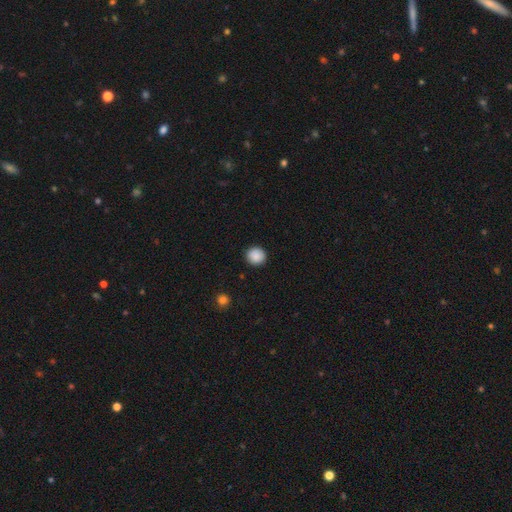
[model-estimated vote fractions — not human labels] A smooth galaxy with no disk features (89%) that is round (92%).

Vote fractions:
- Smooth or featured? smooth: 89% / star or artifact: 9% / featured or disk: 3%
- How rounded? round: 92% / in between: 7% / cigar-shaped: 1%
- Merging? none: 92% / minor disturbance: 5% / major disturbance: 2% / merger: 1%